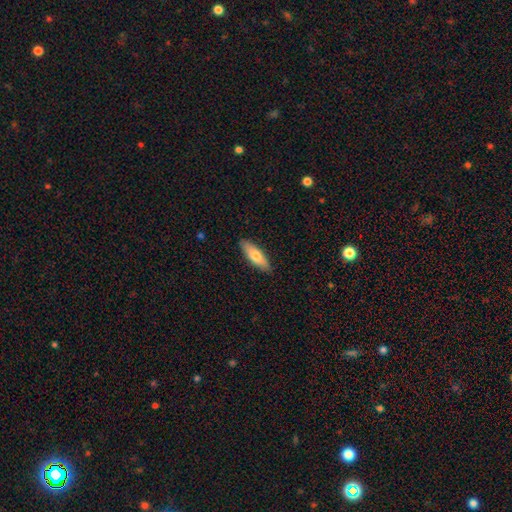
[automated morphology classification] smooth 71%, featured or disk 24%, star or artifact 6%. Down the decision tree: how rounded — in between (52%); merging — none (89%).